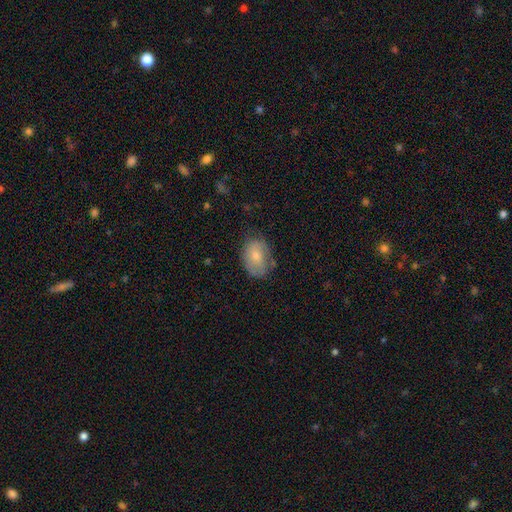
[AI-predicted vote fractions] A smooth galaxy with no disk features (69%) that is in between round and cigar-shaped (76%). Merging: none (63%).